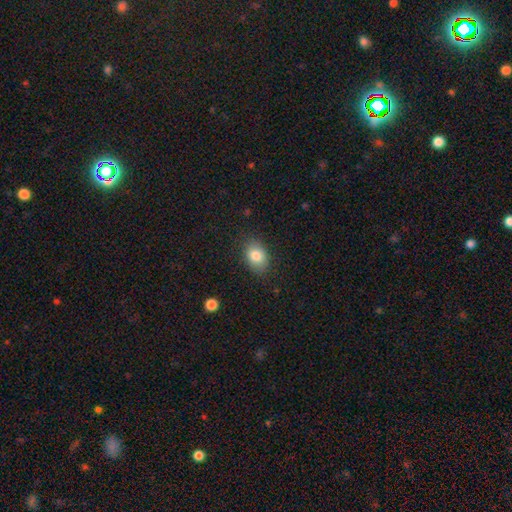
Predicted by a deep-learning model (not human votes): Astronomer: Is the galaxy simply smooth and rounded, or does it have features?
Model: smooth — 82%.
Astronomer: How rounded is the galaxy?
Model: in between — 75%.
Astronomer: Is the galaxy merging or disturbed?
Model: none — 84%.